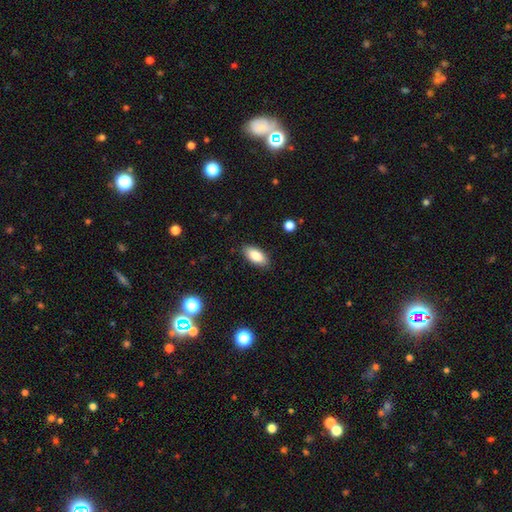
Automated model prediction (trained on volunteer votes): The model was most divided on "smooth or featured": smooth: 85%, featured or disk: 8%, star or artifact: 7%. More confident: how rounded — in between (88%); merging — none (88%).